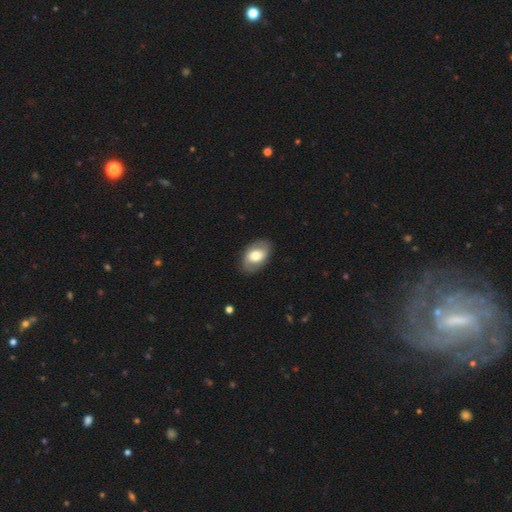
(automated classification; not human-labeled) Smooth or featured: smooth — 61% (featured or disk — 33%)
How rounded: in between — 88% (round — 11%)
Merging: none — 84% (minor disturbance — 12%)